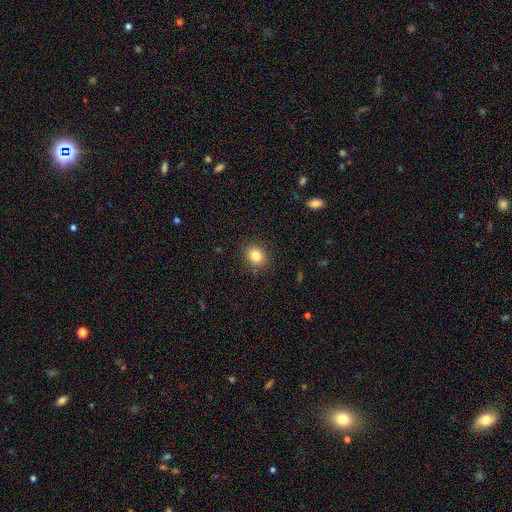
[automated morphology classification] The model was most divided on "how rounded": round: 67%, in between: 32%, cigar-shaped: 1%. More confident: merging — none (88%); smooth or featured — smooth (83%).